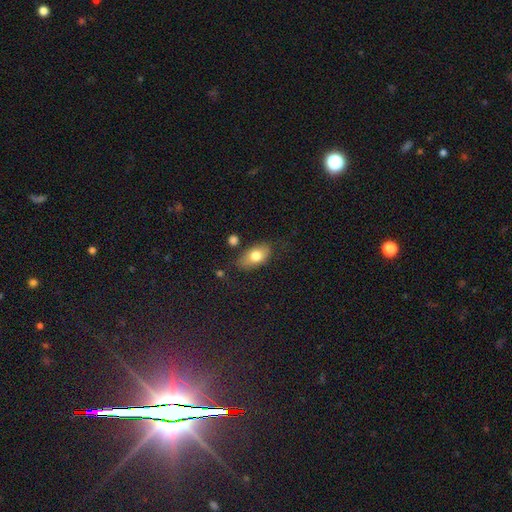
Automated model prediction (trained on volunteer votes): This appears to be a smooth galaxy with no disk features (76%) that is in between round and cigar-shaped (89%). Merging: none (71%).